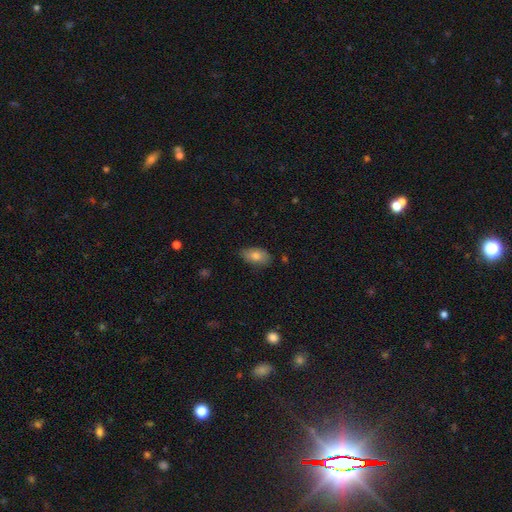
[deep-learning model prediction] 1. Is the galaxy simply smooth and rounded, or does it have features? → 78% smooth, 15% featured or disk, 7% star or artifact.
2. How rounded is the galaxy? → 92% in between, 4% cigar-shaped, 4% round.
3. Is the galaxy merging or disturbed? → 81% none, 15% minor disturbance, 2% major disturbance, 1% merger.